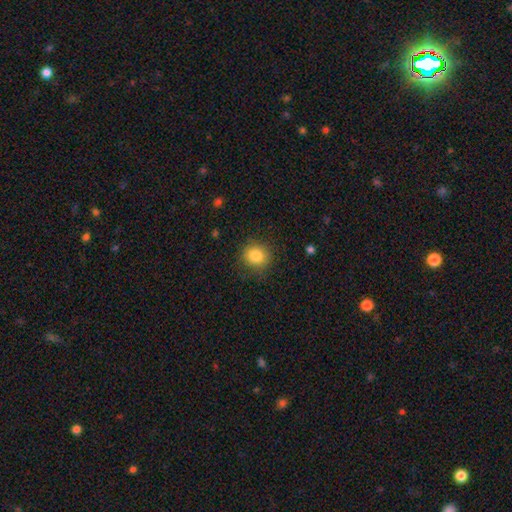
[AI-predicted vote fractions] The model was most divided on "how rounded": round: 84%, in between: 15%, cigar-shaped: 1%. More confident: merging — none (84%); smooth or featured — smooth (84%).